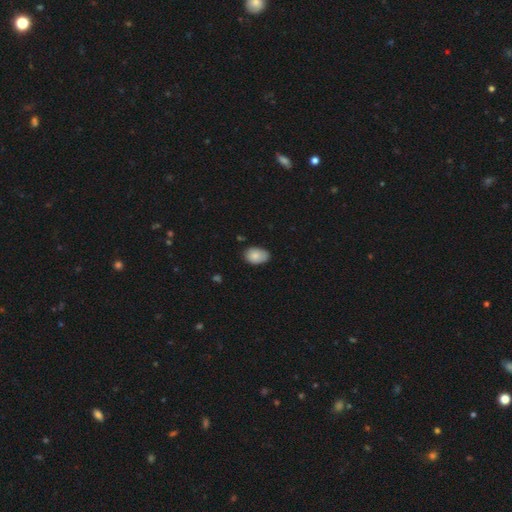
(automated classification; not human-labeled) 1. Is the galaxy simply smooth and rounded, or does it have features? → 83% smooth, 10% featured or disk, 7% star or artifact.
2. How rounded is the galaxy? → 88% in between, 11% round, 1% cigar-shaped.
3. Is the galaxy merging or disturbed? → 71% none, 24% minor disturbance, 3% major disturbance, 2% merger.